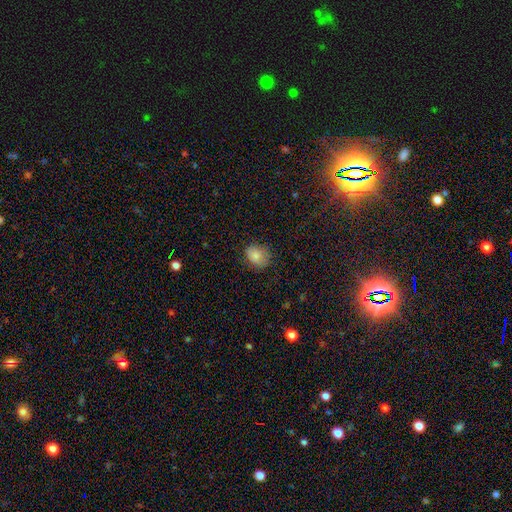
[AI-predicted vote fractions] Smooth or featured: smooth — 84% (star or artifact — 9%)
How rounded: round — 52% (in between — 47%)
Merging: none — 73% (minor disturbance — 21%)